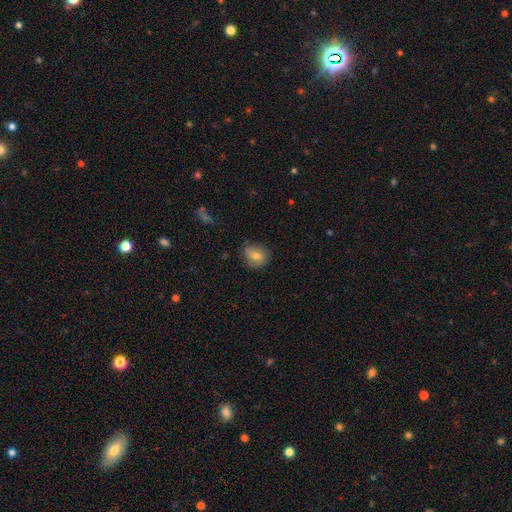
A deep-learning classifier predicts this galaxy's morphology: Smooth or featured? smooth (71%)
How rounded? round (59%)
Merging? none (75%)